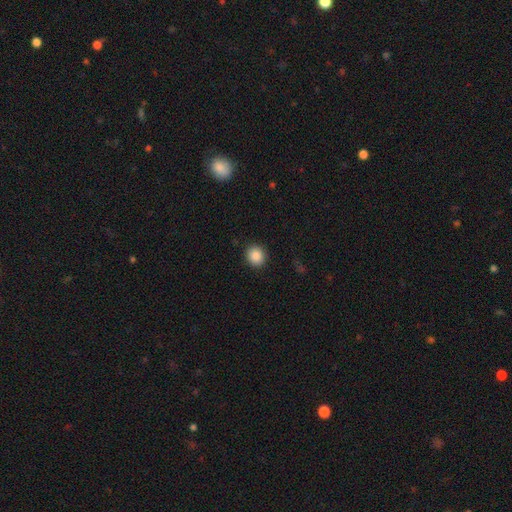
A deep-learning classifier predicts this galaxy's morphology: Smooth or featured: smooth — 88% (star or artifact — 9%)
How rounded: round — 84% (in between — 15%)
Merging: none — 90% (minor disturbance — 6%)